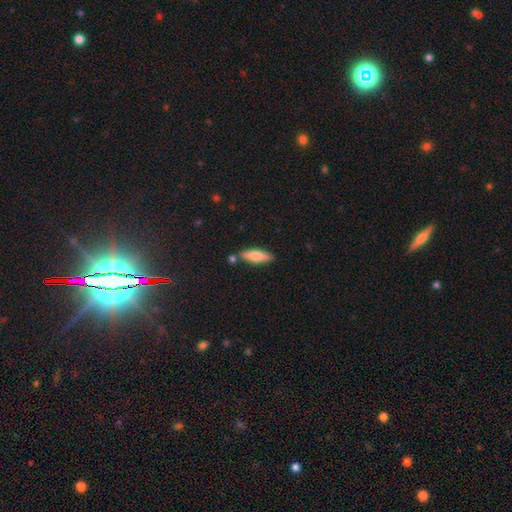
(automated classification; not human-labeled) Smooth or featured? smooth (68%)
How rounded? cigar-shaped (56%)
Merging? none (79%)